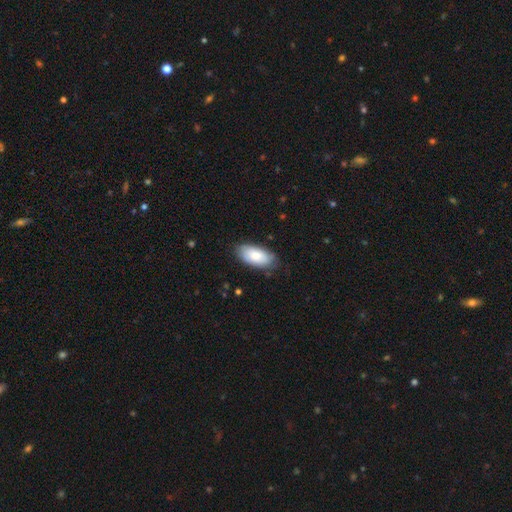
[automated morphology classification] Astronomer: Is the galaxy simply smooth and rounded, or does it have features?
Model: smooth — 80%.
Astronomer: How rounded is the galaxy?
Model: in between — 93%.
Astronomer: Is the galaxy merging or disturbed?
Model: none — 77%.